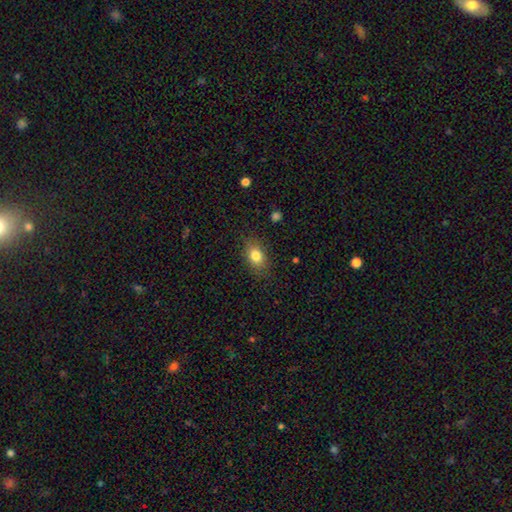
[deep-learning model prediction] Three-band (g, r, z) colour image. It shows a smooth galaxy with no disk features (81%) that is in between round and cigar-shaped (78%). Merging: none (83%).